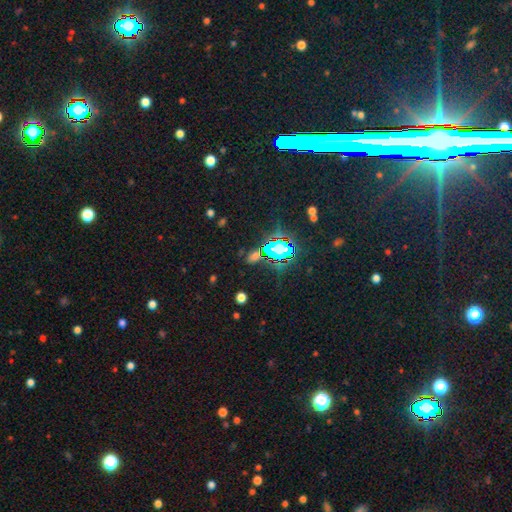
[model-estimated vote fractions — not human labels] star or artifact 54%, smooth 36%, featured or disk 10%.